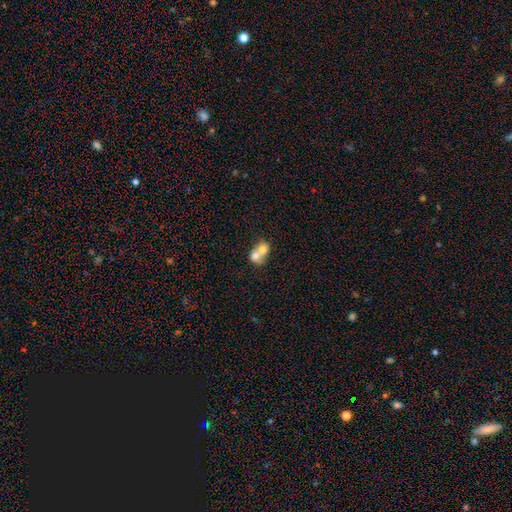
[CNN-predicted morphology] smooth 67%, featured or disk 24%, star or artifact 9%. Down the decision tree: how rounded — round (60%); merging — merger (77%).